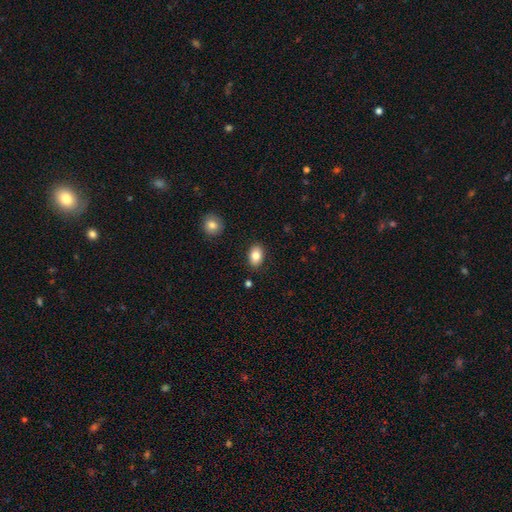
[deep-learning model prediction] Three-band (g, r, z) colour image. It shows a smooth galaxy with no disk features (83%) that is in between round and cigar-shaped (83%). Merging: none (86%).